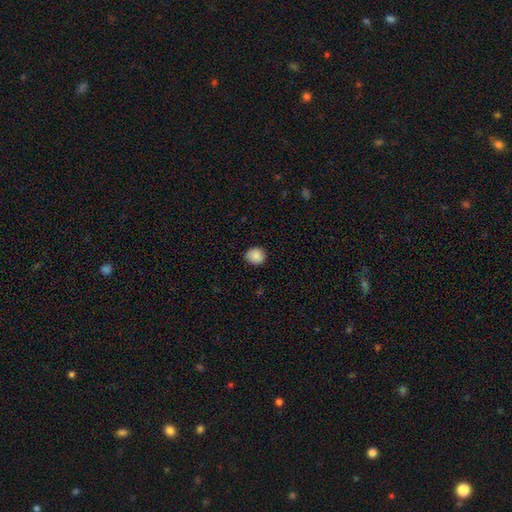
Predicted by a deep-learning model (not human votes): This appears to be a smooth galaxy with no disk features (88%) that is round (80%). Merging: none (86%).